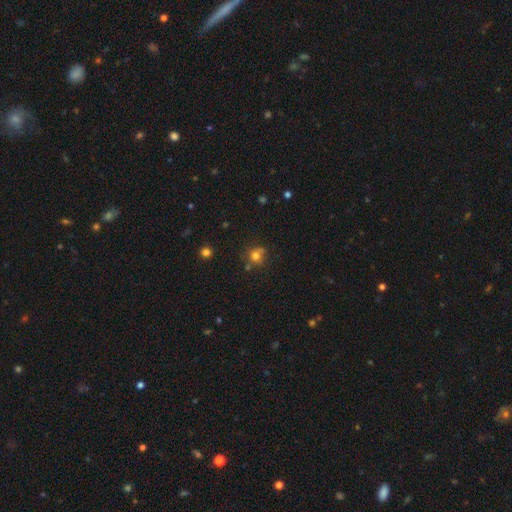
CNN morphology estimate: Overall: smooth (69%). How rounded: round (80%). Merging: none (61%).